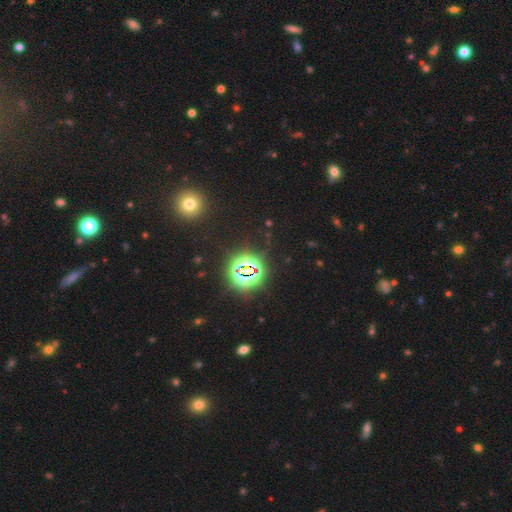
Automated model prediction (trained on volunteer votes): Overall: star or artifact (70%).